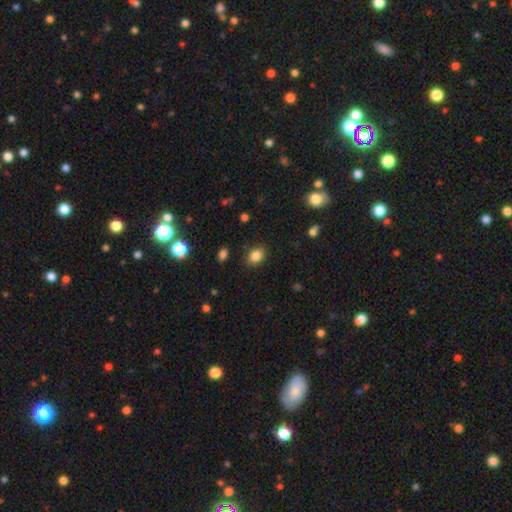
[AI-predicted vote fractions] Smooth or featured? Predicted: smooth (p=0.85). How rounded? Predicted: in between (p=0.65). Merging? Predicted: none (p=0.86).